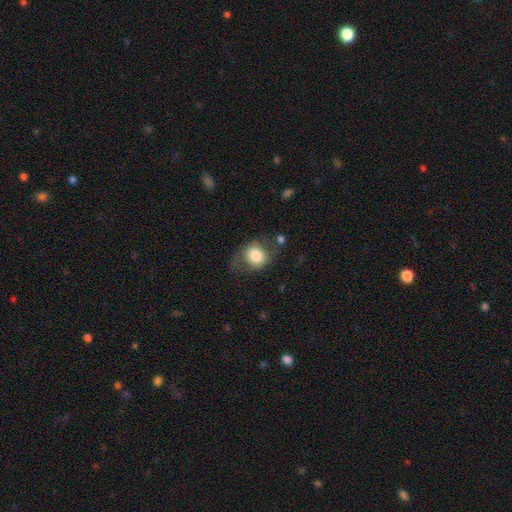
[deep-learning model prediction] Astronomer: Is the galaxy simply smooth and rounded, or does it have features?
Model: smooth — 75%.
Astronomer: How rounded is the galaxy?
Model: round — 59% (runner-up: in between, 40%).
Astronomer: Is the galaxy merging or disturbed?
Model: none — 56%.